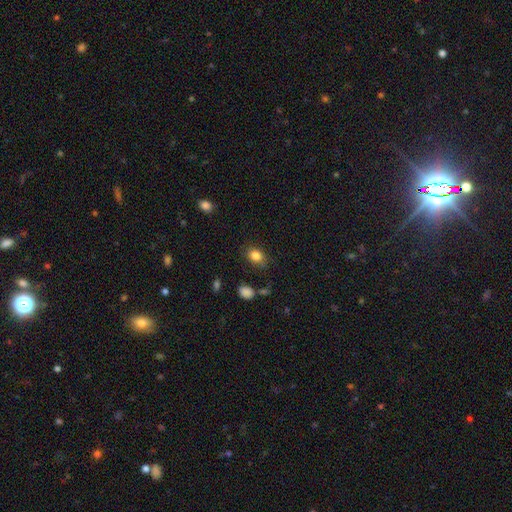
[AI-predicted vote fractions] This appears to be a smooth galaxy with no disk features (84%) that is in between round and cigar-shaped (62%). Merging: none (77%).